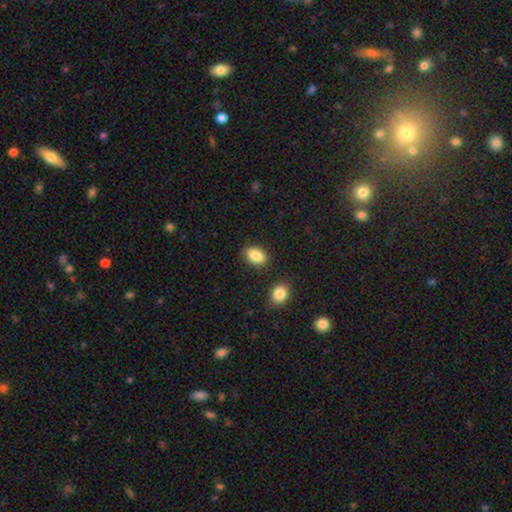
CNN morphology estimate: This is clearly a smooth galaxy (87%). How rounded: clearly in between (87%). Merging: clearly none (84%).